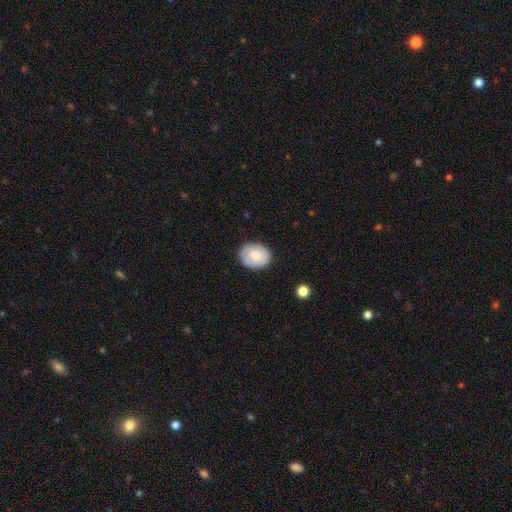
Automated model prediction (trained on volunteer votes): The model was most divided on "how rounded": in between: 57%, round: 42%, cigar-shaped: 1%. More confident: merging — none (82%); smooth or featured — smooth (74%).